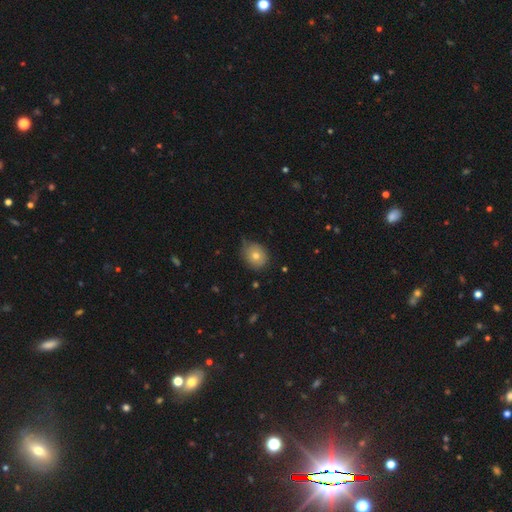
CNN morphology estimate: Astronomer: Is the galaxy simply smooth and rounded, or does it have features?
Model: smooth — 73%.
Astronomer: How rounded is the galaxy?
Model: round — 65%.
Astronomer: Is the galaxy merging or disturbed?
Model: none — 64%.